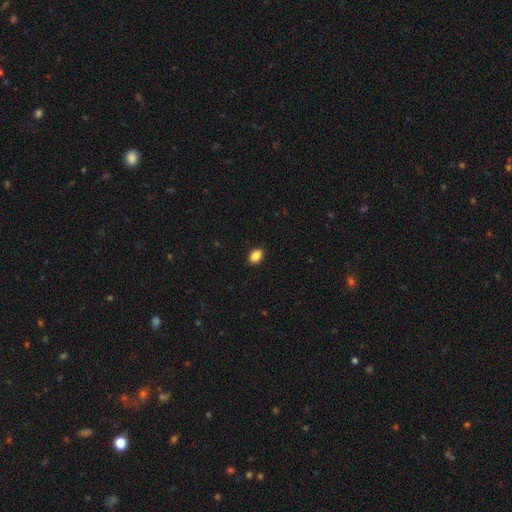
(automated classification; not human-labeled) A smooth galaxy with no disk features (88%) that is in between round and cigar-shaped (79%). Merging: none (91%).